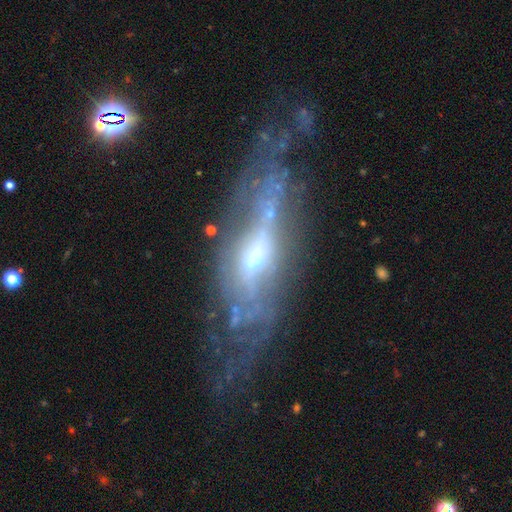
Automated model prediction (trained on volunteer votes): The model was most divided on "merging": none: 44%, major disturbance: 29%, minor disturbance: 23%, merger: 5%. More confident: smooth or featured — featured or disk (72%); edge-on disk — no (66%).